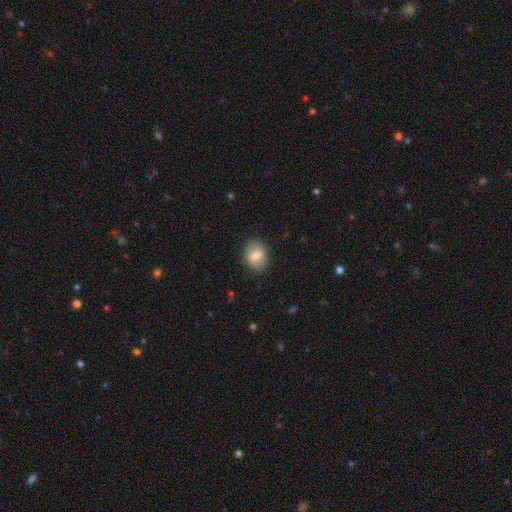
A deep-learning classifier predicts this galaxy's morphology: Q: Smooth or featured?
A: smooth (76%); runner-up: featured or disk (16%)
Q: How rounded?
A: in between (66%); runner-up: round (32%)
Q: Merging?
A: none (86%); runner-up: minor disturbance (11%)